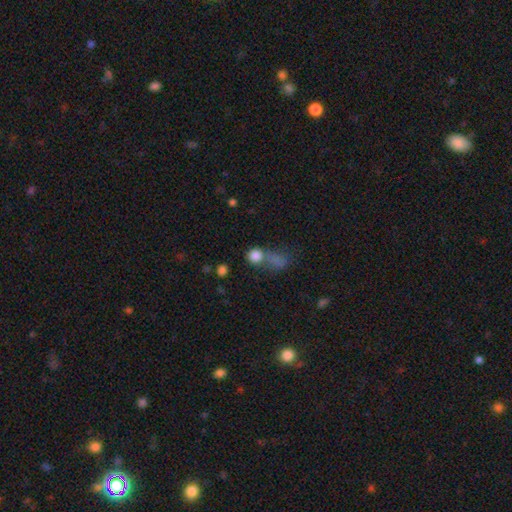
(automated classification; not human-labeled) The model was most divided on "merging": none: 44%, merger: 35%, minor disturbance: 11%, major disturbance: 10%. More confident: how rounded — round (83%); smooth or featured — smooth (80%).